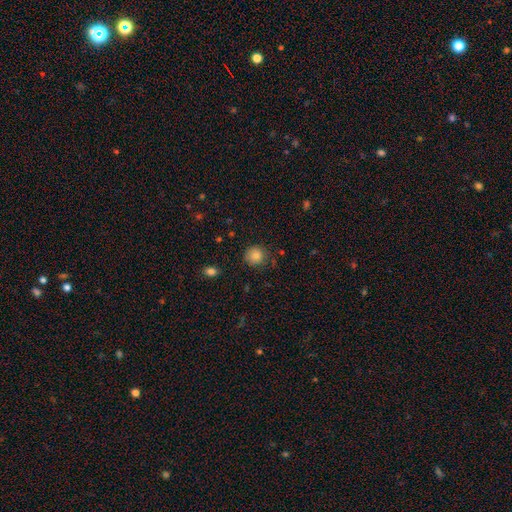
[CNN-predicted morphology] smooth_or_featured: smooth (p=0.83) [alt: star or artifact p=0.11]
how_rounded: round (p=0.90) [alt: in between p=0.09]
merging: none (p=0.83) [alt: minor disturbance p=0.12]